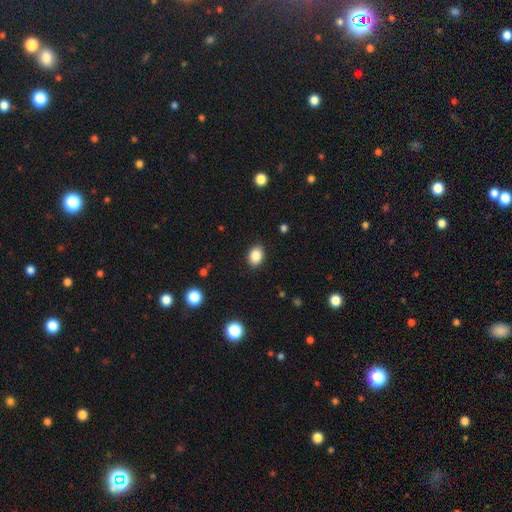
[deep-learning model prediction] Morphology: type=smooth (87%); roundness=in between (68%); merging=none (88%).